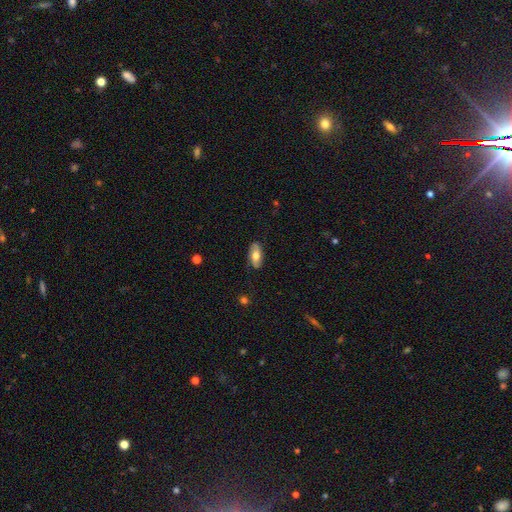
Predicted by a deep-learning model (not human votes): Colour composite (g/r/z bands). It shows a smooth galaxy with no disk features (56%) that is in between round and cigar-shaped (87%). Merging: none (81%).